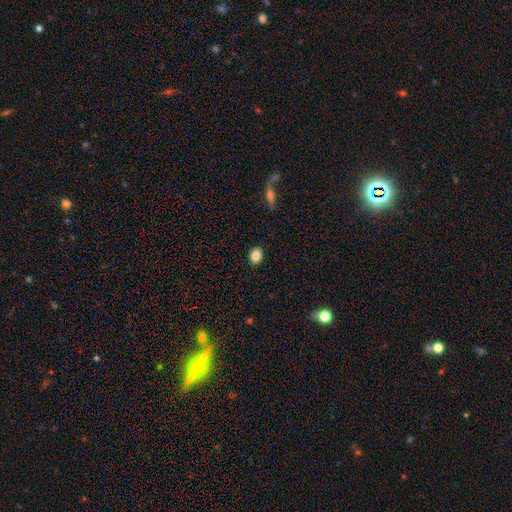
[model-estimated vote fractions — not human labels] A smooth galaxy with no disk features (85%) that is in between round and cigar-shaped (72%).

Vote fractions:
- Smooth or featured? smooth: 85% / star or artifact: 9% / featured or disk: 7%
- How rounded? in between: 72% / round: 26% / cigar-shaped: 1%
- Merging? none: 89% / minor disturbance: 8% / major disturbance: 2% / merger: 1%